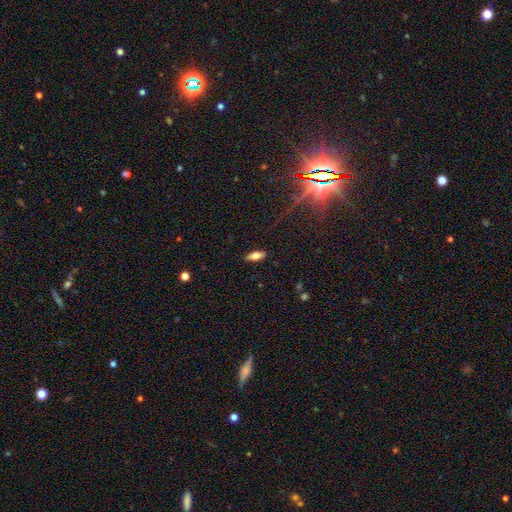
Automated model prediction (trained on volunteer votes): smooth_or_featured: smooth (p=0.67) [alt: featured or disk p=0.24]
how_rounded: in between (p=0.73) [alt: cigar-shaped p=0.25]
merging: none (p=0.89) [alt: minor disturbance p=0.08]